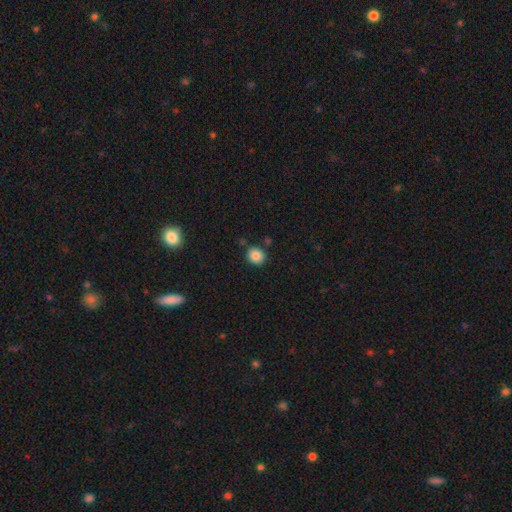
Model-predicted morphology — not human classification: The model was most divided on "how rounded": round: 79%, in between: 20%, cigar-shaped: 1%. More confident: smooth or featured — smooth (85%); merging — none (85%).